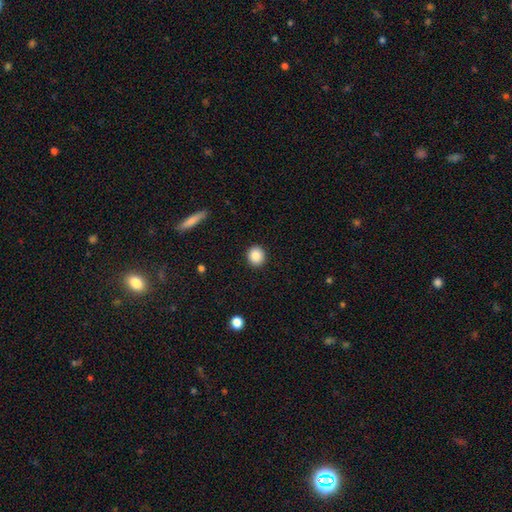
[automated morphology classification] This is clearly a smooth galaxy (87%). How rounded: clearly round (87%). Merging: clearly none (92%).